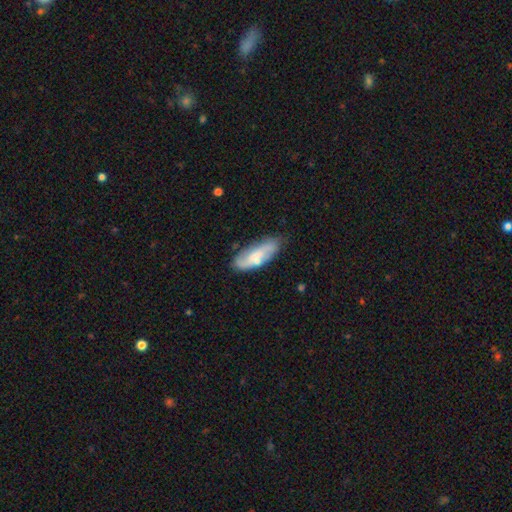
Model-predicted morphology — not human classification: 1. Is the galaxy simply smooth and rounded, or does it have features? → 51% smooth, 43% featured or disk, 7% star or artifact.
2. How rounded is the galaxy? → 68% in between, 30% cigar-shaped, 2% round.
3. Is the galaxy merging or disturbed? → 62% none, 26% minor disturbance, 7% major disturbance, 5% merger.